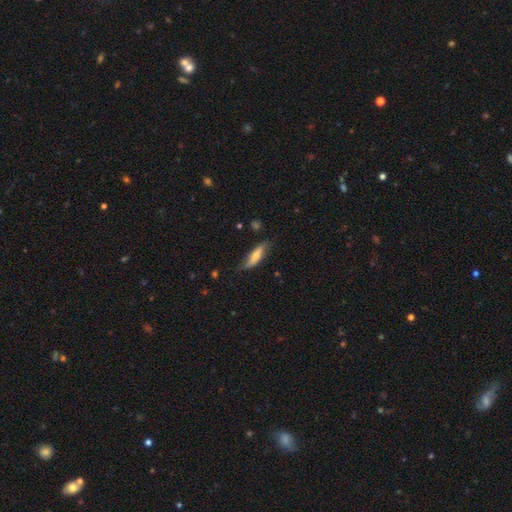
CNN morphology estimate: type=smooth (61%); roundness=cigar-shaped (59%); merging=none (70%).